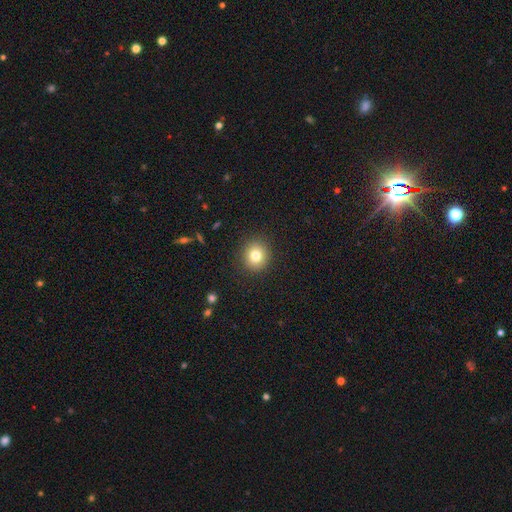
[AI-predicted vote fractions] This is likely a smooth galaxy (79%). How rounded: clearly round (87%). Merging: clearly none (91%).